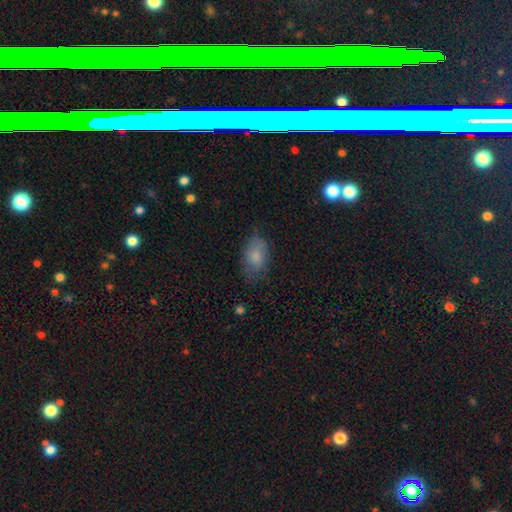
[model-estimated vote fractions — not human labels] Smooth or featured? Predicted: smooth (p=0.77). How rounded? Predicted: in between (p=0.88). Merging? Predicted: none (p=0.67).